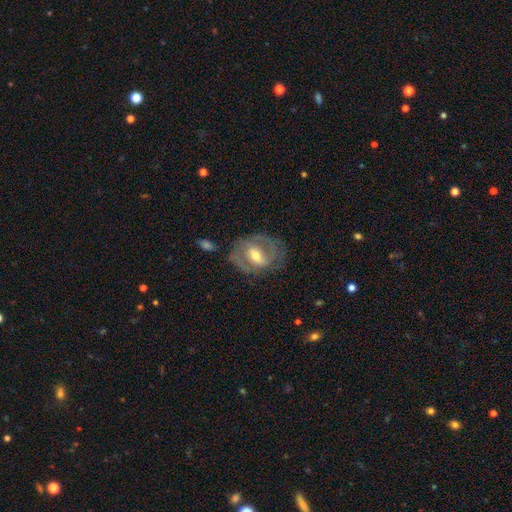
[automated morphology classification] Q: Smooth or featured?
A: featured or disk (73%); runner-up: smooth (21%)
Q: Edge-on disk?
A: no (95%); runner-up: yes (5%)
Q: Bar?
A: weak (46%); runner-up: strong (35%)
Q: Spiral arms?
A: yes (73%); runner-up: no (27%)
Q: Spiral winding?
A: medium (44%); runner-up: tight (37%)
Q: Spiral arm count?
A: 2 (67%); runner-up: can't tell (18%)
Q: Bulge size?
A: moderate (68%); runner-up: small (22%)
Q: Merging?
A: none (61%); runner-up: minor disturbance (22%)